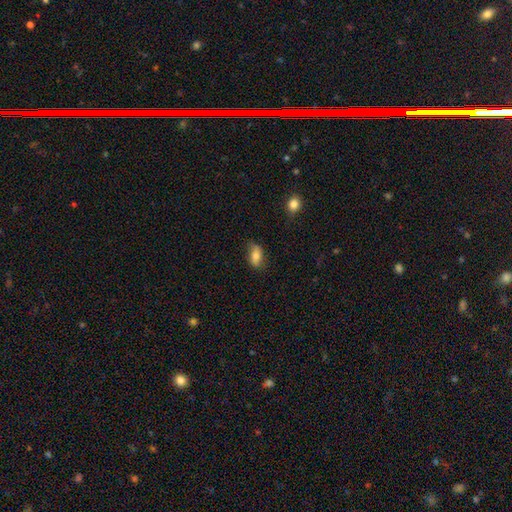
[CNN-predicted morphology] This appears to be a smooth galaxy with no disk features (74%) that is in between round and cigar-shaped (86%). Merging: none (70%).